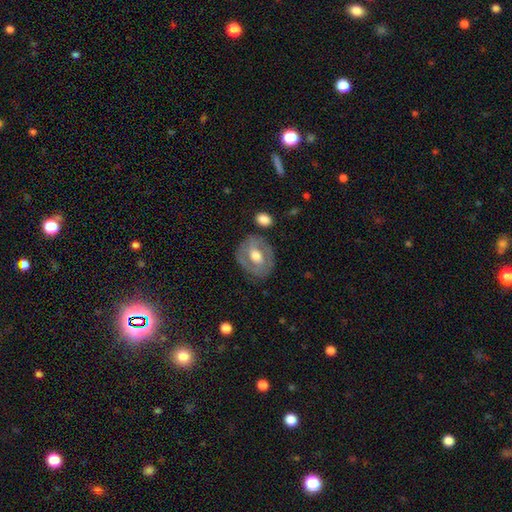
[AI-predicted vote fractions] This is possibly a featured or disk galaxy (58%). It is clearly not viewed edge-on (94%). Bar: marginally no (45%). Spiral arm pattern: possibly no (59%). Central bulge: likely moderate (71%). Merging: likely none (75%).